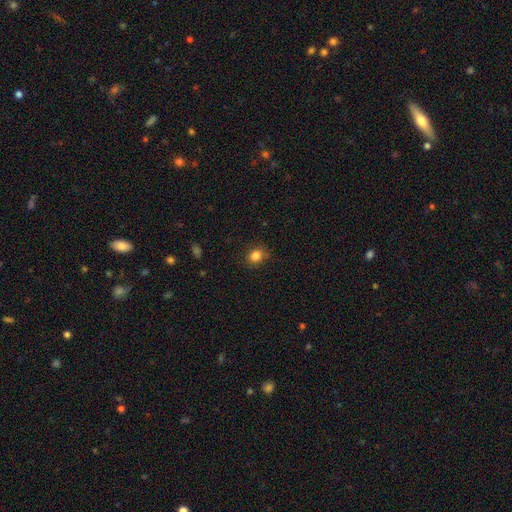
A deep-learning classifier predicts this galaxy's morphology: Q: Smooth or featured?
A: smooth (83%); runner-up: star or artifact (12%)
Q: How rounded?
A: round (65%); runner-up: in between (34%)
Q: Merging?
A: none (85%); runner-up: minor disturbance (11%)